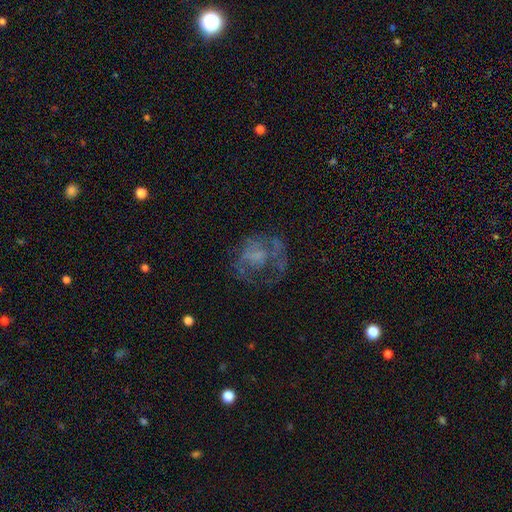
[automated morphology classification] smooth_or_featured: featured or disk (p=0.56) [alt: smooth p=0.29]
disk_edge_on: no (p=0.98) [alt: yes p=0.02]
bar: no (p=0.77) [alt: weak p=0.18]
has_spiral_arms: no (p=0.66) [alt: yes p=0.34]
bulge_size: none (p=0.60) [alt: small p=0.17]
merging: none (p=0.42) [alt: major disturbance p=0.38]